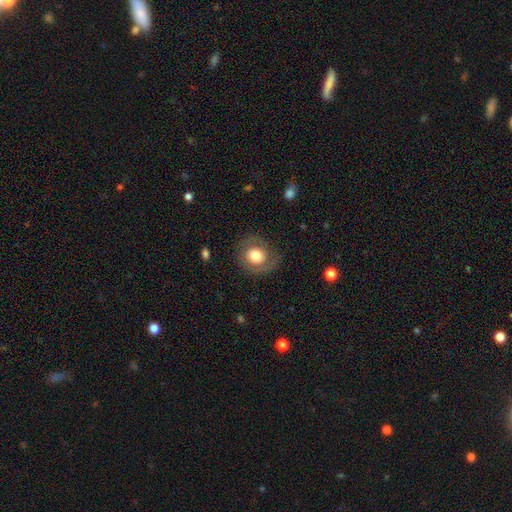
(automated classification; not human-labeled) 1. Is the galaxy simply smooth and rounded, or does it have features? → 61% smooth, 31% featured or disk, 8% star or artifact.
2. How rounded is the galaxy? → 79% round, 20% in between, 1% cigar-shaped.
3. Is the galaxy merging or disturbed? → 78% none, 13% minor disturbance, 8% major disturbance, 1% merger.